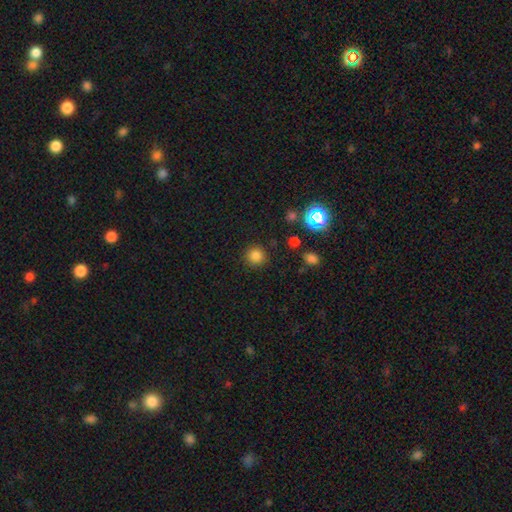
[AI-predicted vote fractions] smooth 81%, star or artifact 15%, featured or disk 4%. Down the decision tree: how rounded — round (94%); merging — none (89%).